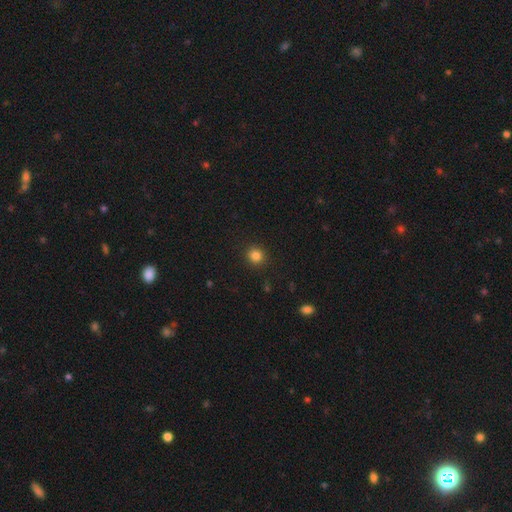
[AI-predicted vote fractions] A smooth galaxy with no disk features (83%) that is round (91%). Merging: none (92%).